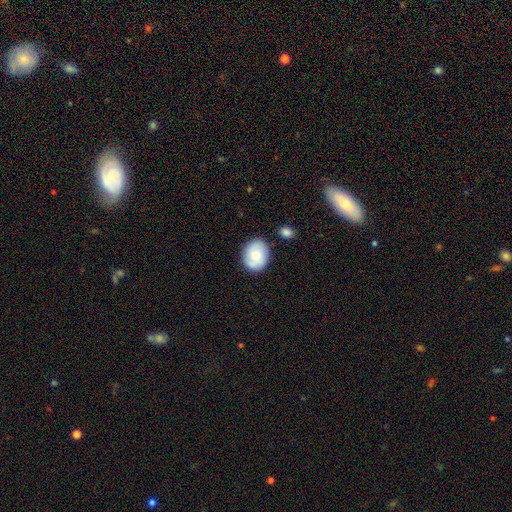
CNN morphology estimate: A smooth galaxy with no disk features (70%) that is round (54%). Merging: none (76%).